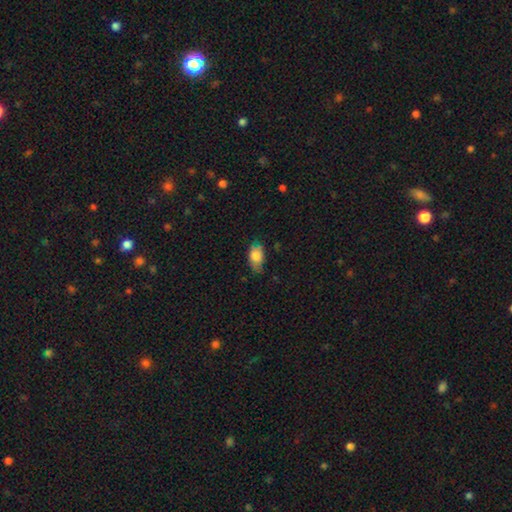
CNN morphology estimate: This appears to be a smooth galaxy with no disk features (77%) that is in between round and cigar-shaped (88%). Merging: none (61%).